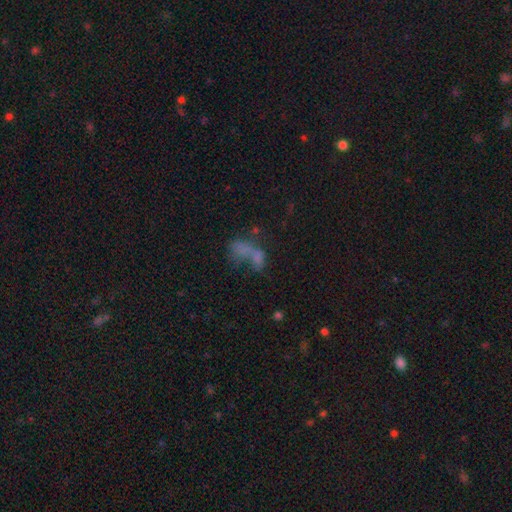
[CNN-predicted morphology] Smooth or featured? Predicted: smooth (p=0.51). How rounded? Predicted: in between (p=0.76). Merging? Predicted: merger (p=0.48).